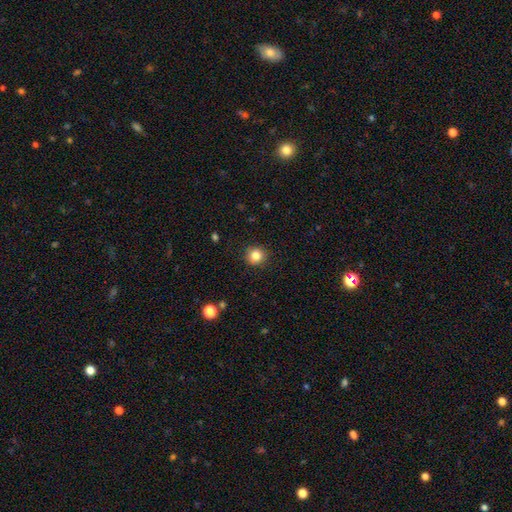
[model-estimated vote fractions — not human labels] Overall: smooth (84%). How rounded: round (92%). Merging: none (92%).